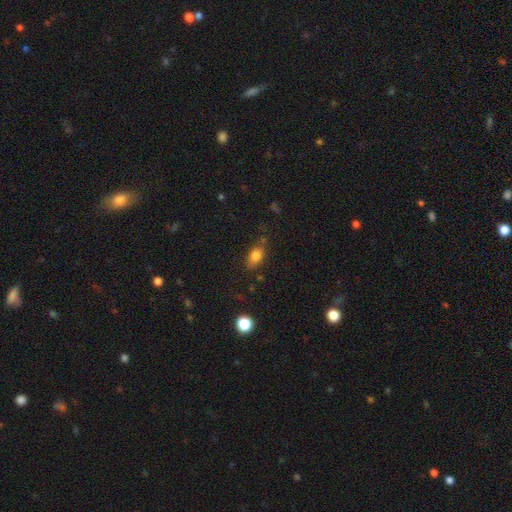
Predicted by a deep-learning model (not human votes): Smooth or featured: smooth — 80% (star or artifact — 10%)
How rounded: in between — 79% (round — 16%)
Merging: none — 71% (minor disturbance — 20%)